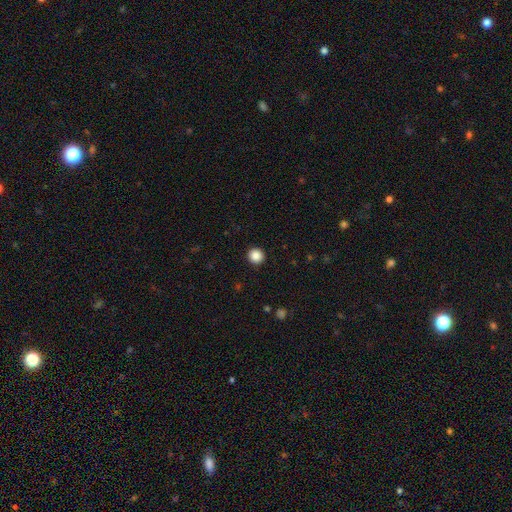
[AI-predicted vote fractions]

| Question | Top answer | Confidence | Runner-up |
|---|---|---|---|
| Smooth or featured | smooth | 87% | star or artifact (10%) |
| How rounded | round | 95% | in between (4%) |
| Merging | none | 93% | minor disturbance (4%) |